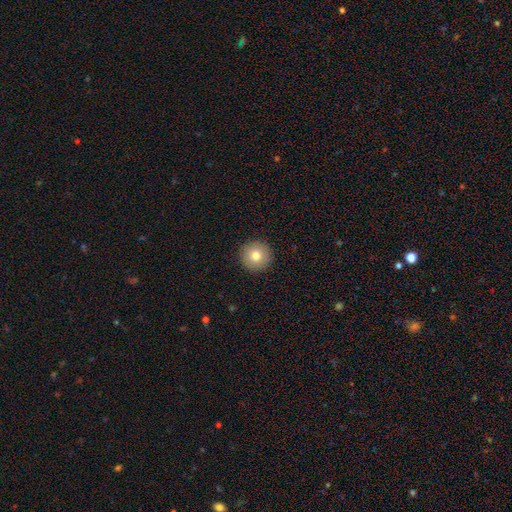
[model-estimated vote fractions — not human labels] smooth_or_featured: smooth (p=0.79) [alt: featured or disk p=0.11]
how_rounded: round (p=0.96) [alt: in between p=0.03]
merging: none (p=0.92) [alt: minor disturbance p=0.05]